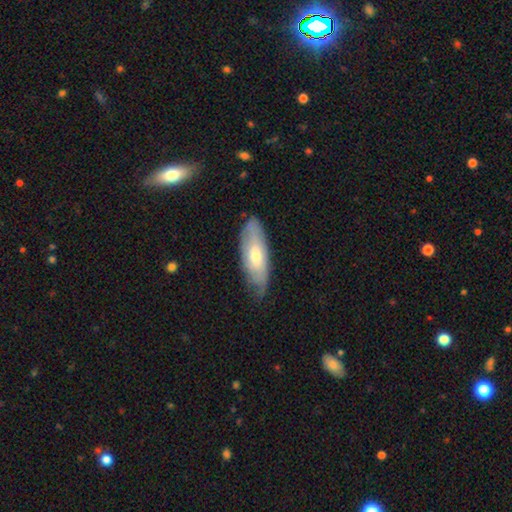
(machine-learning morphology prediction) Smooth or featured? Predicted: smooth (p=0.52). How rounded? Predicted: in between (p=0.68). Merging? Predicted: none (p=0.69).